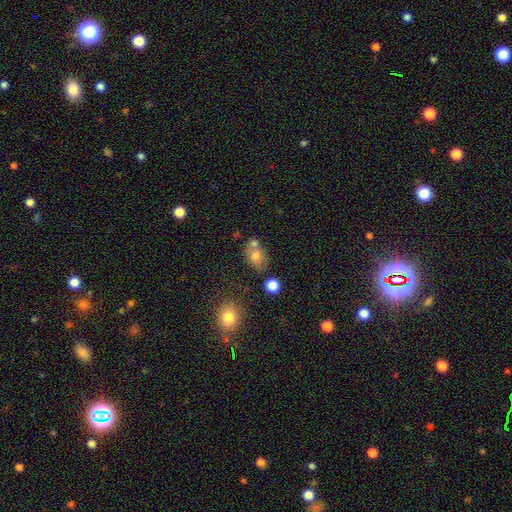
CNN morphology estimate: A smooth galaxy with no disk features (72%) that is in between round and cigar-shaped (59%).

Vote fractions:
- Smooth or featured? smooth: 72% / featured or disk: 16% / star or artifact: 12%
- How rounded? in between: 59% / round: 40% / cigar-shaped: 1%
- Merging? none: 52% / merger: 27% / minor disturbance: 15% / major disturbance: 5%